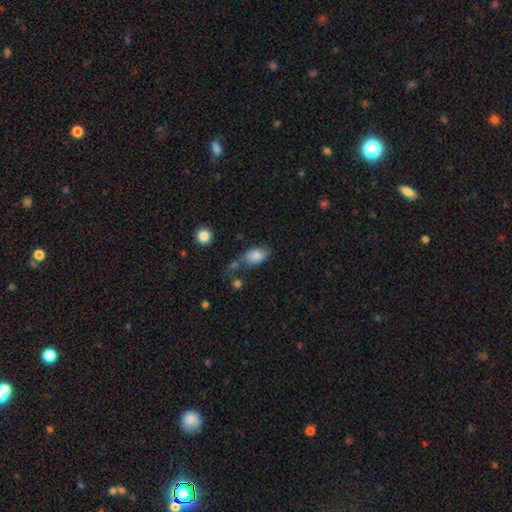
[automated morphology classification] smooth_or_featured: smooth (p=0.83) [alt: featured or disk p=0.09]
how_rounded: in between (p=0.86) [alt: round p=0.12]
merging: none (p=0.53) [alt: minor disturbance p=0.22]